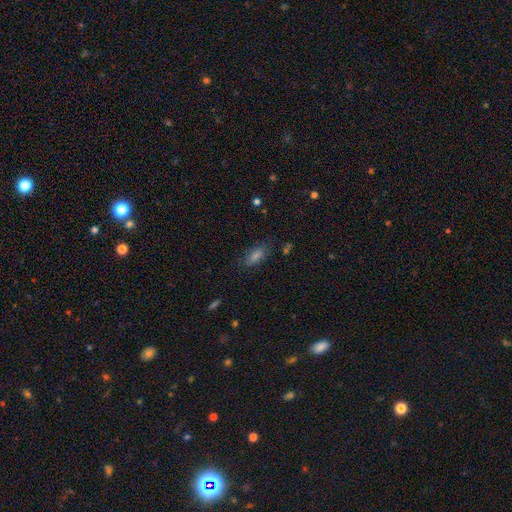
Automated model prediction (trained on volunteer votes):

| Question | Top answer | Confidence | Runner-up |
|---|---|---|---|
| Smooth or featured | smooth | 55% | star or artifact (25%) |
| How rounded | in between | 76% | cigar-shaped (18%) |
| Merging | none | 77% | minor disturbance (15%) |